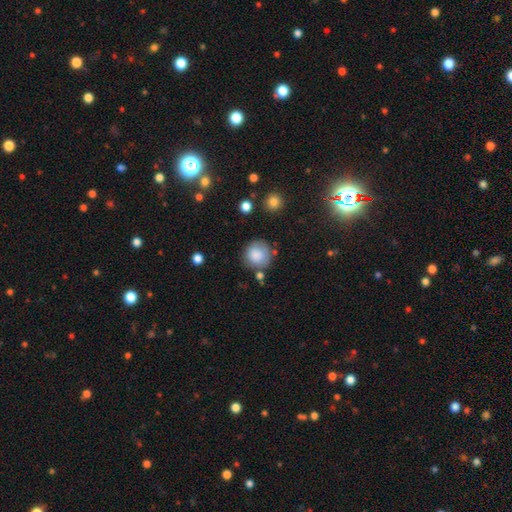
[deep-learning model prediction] Overall: smooth (84%). How rounded: round (91%). Merging: none (73%).